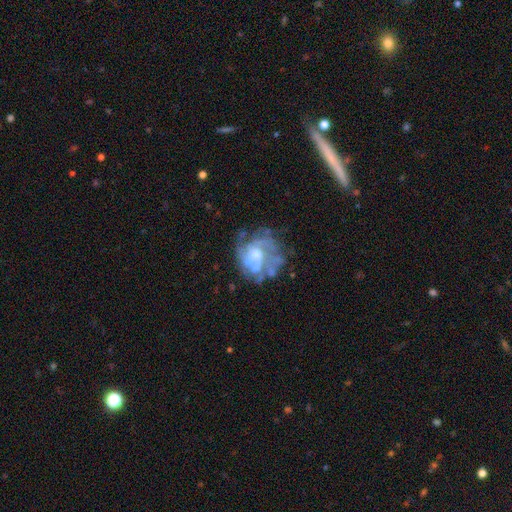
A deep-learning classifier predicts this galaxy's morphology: Smooth or featured? featured or disk (78%)
Edge-on disk? no (98%)
Bar? no (72%)
Spiral arms? yes (68%)
Spiral winding? medium (42%)
Spiral arm count? can't tell (36%)
Bulge size? moderate (62%)
Merging? none (48%)